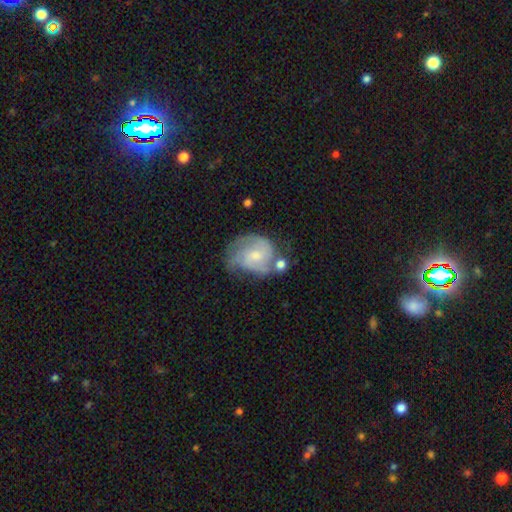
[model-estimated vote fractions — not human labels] Smooth or featured?
  - featured or disk: 72% *
  - smooth: 22%
  - star or artifact: 7%
Edge-on disk?
  - no: 98% *
  - yes: 2%
Bar?
  - no: 58% *
  - weak: 37%
  - strong: 5%
Spiral arms?
  - yes: 89% *
  - no: 11%
Spiral winding?
  - tight: 43% *
  - medium: 42%
  - loose: 15%
Spiral arm count?
  - 2: 32% *
  - can't tell: 28%
  - 3: 26%
  - 4: 6%
  - 1: 5%
  - more than 4: 3%
Bulge size?
  - small: 52% *
  - moderate: 39%
  - none: 6%
  - large: 3%
  - dominant: 1%
Merging?
  - none: 43% *
  - minor disturbance: 25%
  - major disturbance: 18%
  - merger: 14%